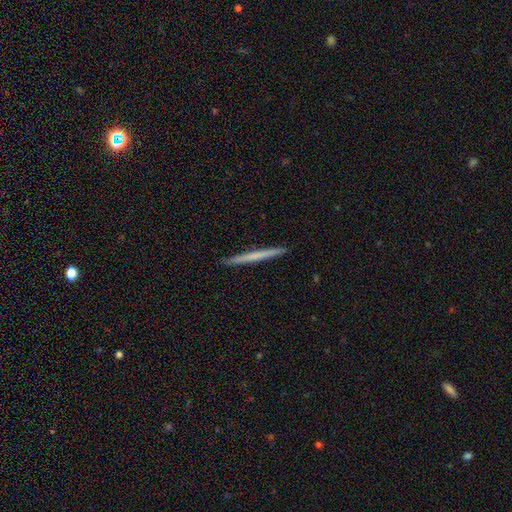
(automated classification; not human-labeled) smooth-or-featured: smooth: 53% | featured or disk: 42% | star or artifact: 5%
  how-rounded: cigar-shaped: 97% | in between: 1% | round: 1%
  merging: none: 93% | minor disturbance: 5% | major disturbance: 1% | merger: 1%